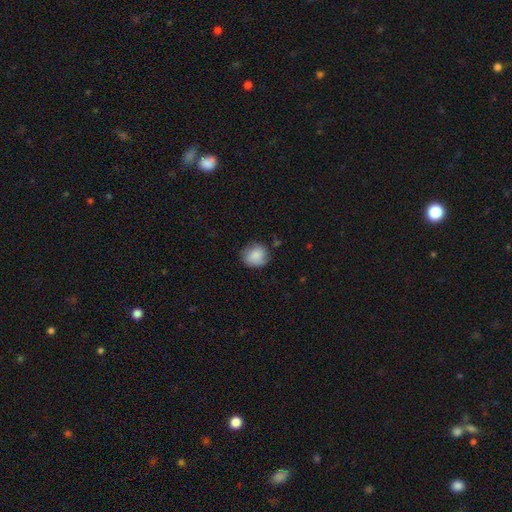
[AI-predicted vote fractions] Q: Smooth or featured?
A: smooth (82%); runner-up: featured or disk (11%)
Q: How rounded?
A: round (76%); runner-up: in between (23%)
Q: Merging?
A: none (70%); runner-up: minor disturbance (23%)